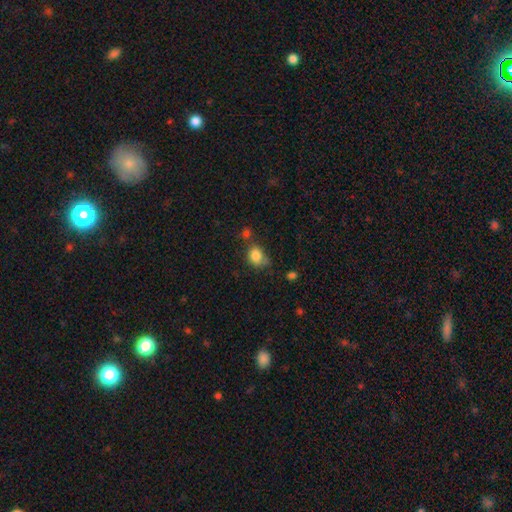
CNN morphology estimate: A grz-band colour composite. It shows a smooth galaxy with no disk features (83%) that is round (52%). Merging: none (51%).